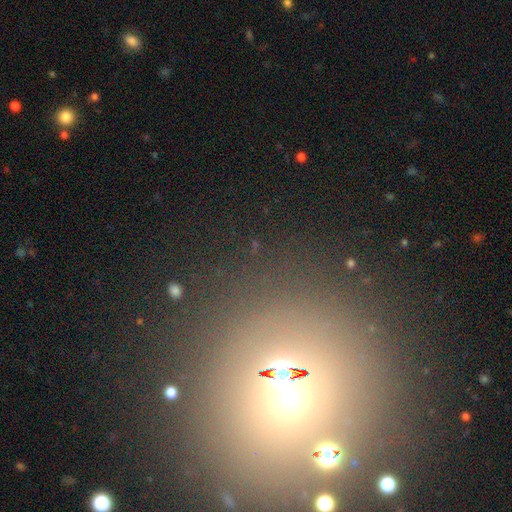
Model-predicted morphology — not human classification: This appears to be a star or artifact, not a galaxy (51%).